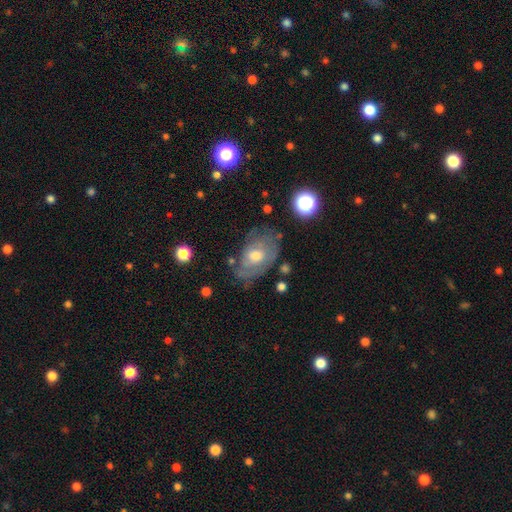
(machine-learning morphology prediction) Smooth or featured?
  - featured or disk: 62% *
  - smooth: 28%
  - star or artifact: 10%
Edge-on disk?
  - no: 93% *
  - yes: 7%
Bar?
  - no: 76% *
  - weak: 21%
  - strong: 3%
Spiral arms?
  - yes: 66% *
  - no: 34%
Bulge size?
  - moderate: 66% *
  - small: 26%
  - large: 6%
  - none: 2%
  - dominant: 1%
Merging?
  - none: 64% *
  - minor disturbance: 23%
  - major disturbance: 10%
  - merger: 3%